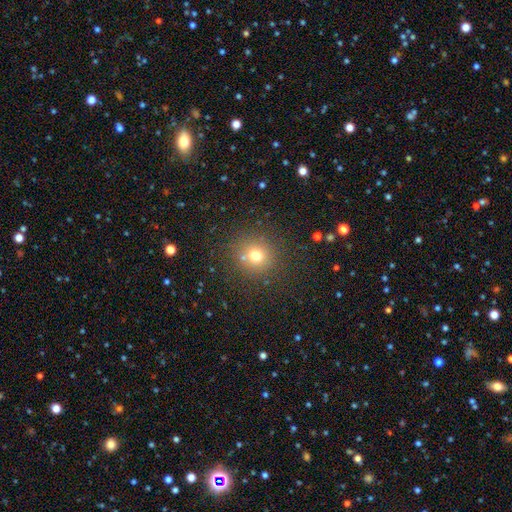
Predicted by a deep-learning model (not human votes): A smooth galaxy with no disk features (71%) that is round (92%).

Vote fractions:
- Smooth or featured? smooth: 71% / star or artifact: 19% / featured or disk: 10%
- How rounded? round: 92% / in between: 7% / cigar-shaped: 1%
- Merging? none: 79% / minor disturbance: 9% / merger: 8% / major disturbance: 4%